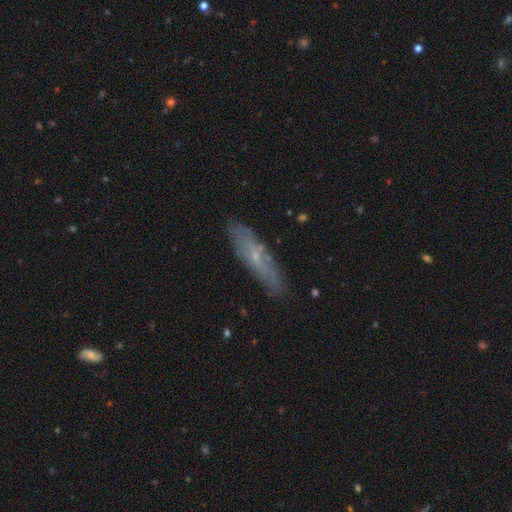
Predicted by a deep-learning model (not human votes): featured or disk 50%, smooth 42%, star or artifact 8%. Down the decision tree: edge-on disk — yes (51%); merging — none (80%).